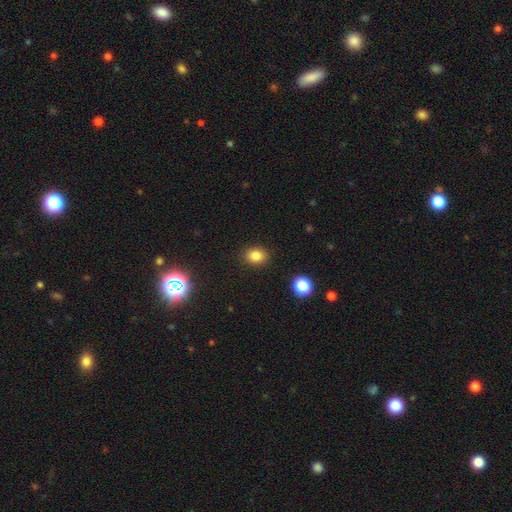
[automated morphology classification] smooth_or_featured: smooth (p=0.82) [alt: star or artifact p=0.12]
how_rounded: in between (p=0.60) [alt: round p=0.39]
merging: none (p=0.88) [alt: minor disturbance p=0.08]